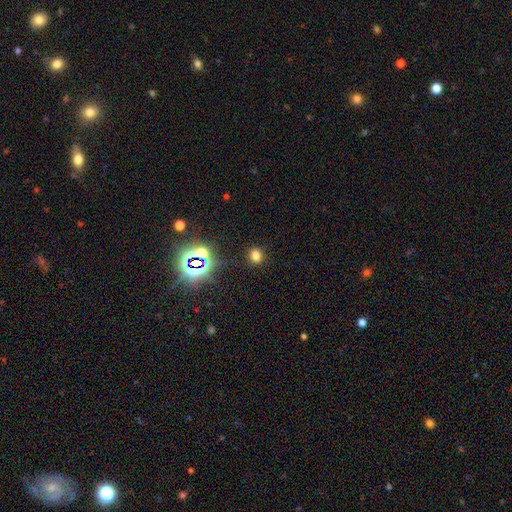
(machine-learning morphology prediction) Smooth or featured? Predicted: smooth (p=0.71). How rounded? Predicted: round (p=0.65). Merging? Predicted: none (p=0.88).